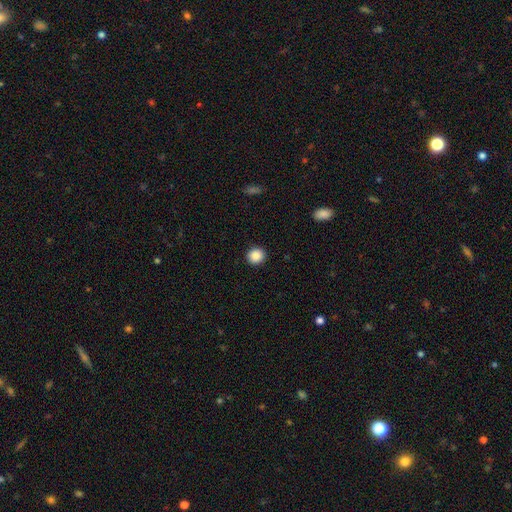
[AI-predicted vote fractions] Q: Smooth or featured?
A: smooth (88%); runner-up: star or artifact (9%)
Q: How rounded?
A: round (89%); runner-up: in between (11%)
Q: Merging?
A: none (92%); runner-up: minor disturbance (5%)